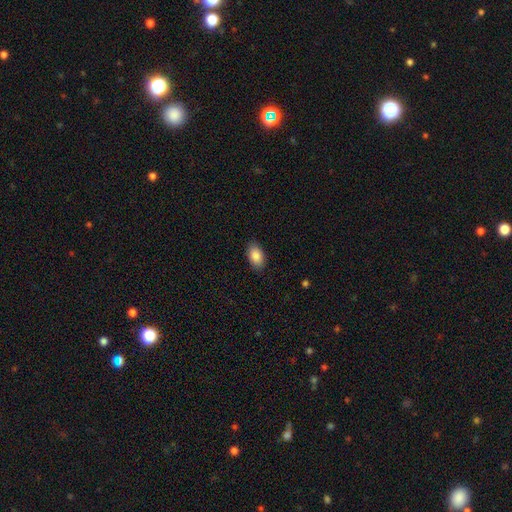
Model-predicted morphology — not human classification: Overall: smooth (88%). How rounded: in between (93%). Merging: none (88%).